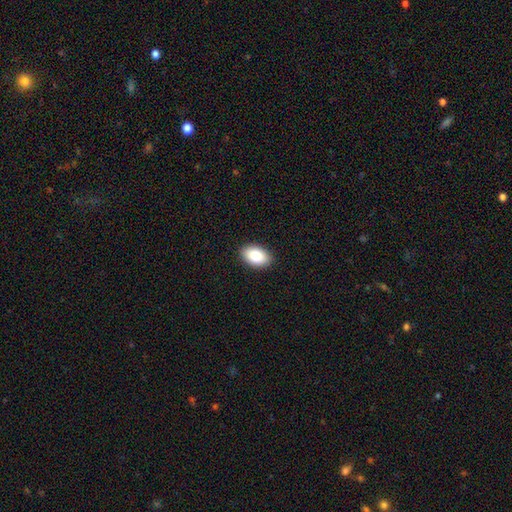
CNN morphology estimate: Q: Smooth or featured?
A: smooth (84%); runner-up: featured or disk (9%)
Q: How rounded?
A: in between (91%); runner-up: round (8%)
Q: Merging?
A: none (90%); runner-up: minor disturbance (7%)